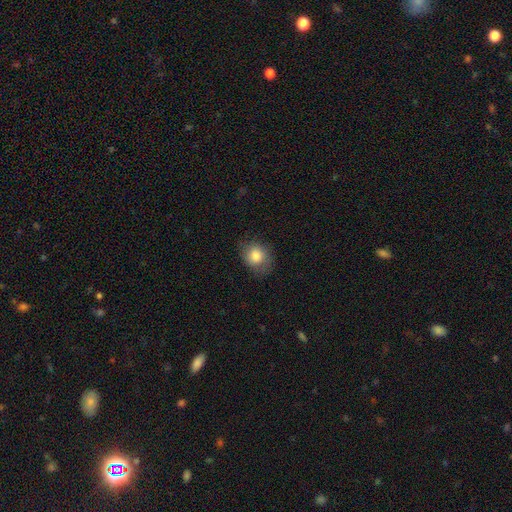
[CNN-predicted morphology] A smooth galaxy with no disk features (82%) that is round (58%). Merging: none (71%).